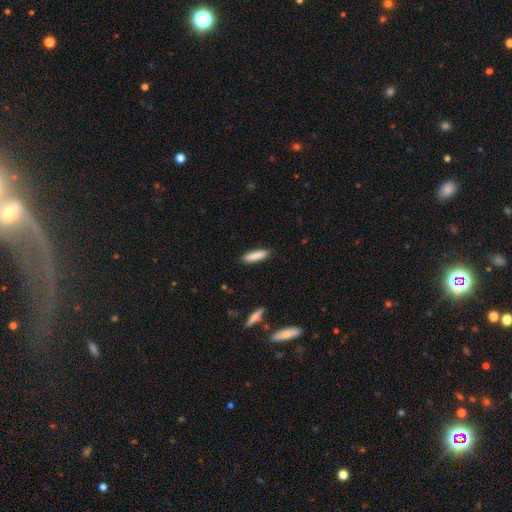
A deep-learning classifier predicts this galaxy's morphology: smooth-or-featured: smooth: 86% | featured or disk: 8% | star or artifact: 6%
  how-rounded: cigar-shaped: 76% | in between: 23% | round: 1%
  merging: none: 89% | minor disturbance: 8% | major disturbance: 2% | merger: 1%